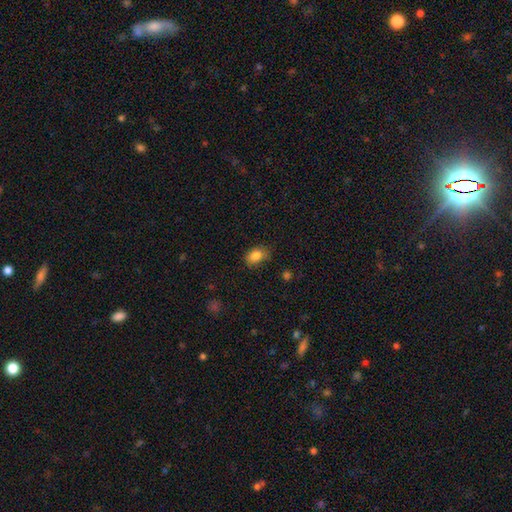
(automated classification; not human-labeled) The model was most divided on "merging": none: 67%, minor disturbance: 25%, major disturbance: 6%, merger: 2%. More confident: smooth or featured — smooth (85%); how rounded — in between (77%).